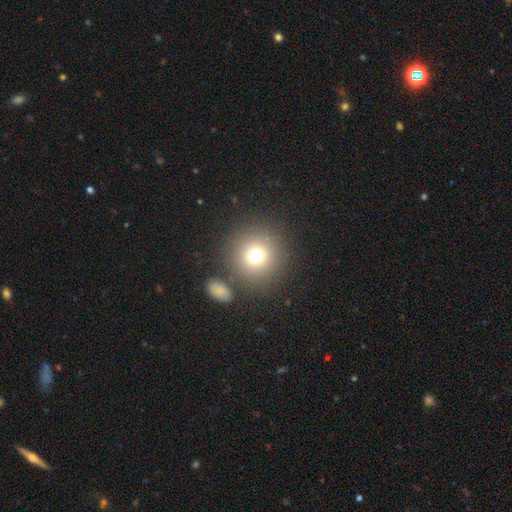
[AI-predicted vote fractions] Q: Smooth or featured?
A: smooth (75%); runner-up: star or artifact (14%)
Q: How rounded?
A: round (94%); runner-up: in between (5%)
Q: Merging?
A: none (82%); runner-up: minor disturbance (7%)